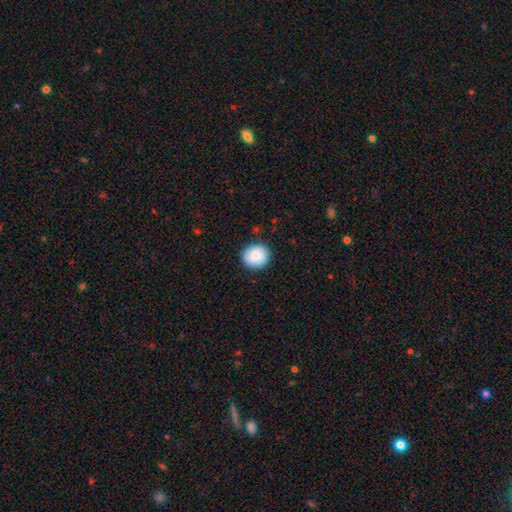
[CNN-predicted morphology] smooth-or-featured: smooth: 84% | featured or disk: 9% | star or artifact: 7%
  how-rounded: round: 85% | in between: 15% | cigar-shaped: 1%
  merging: none: 88% | minor disturbance: 9% | major disturbance: 2% | merger: 1%